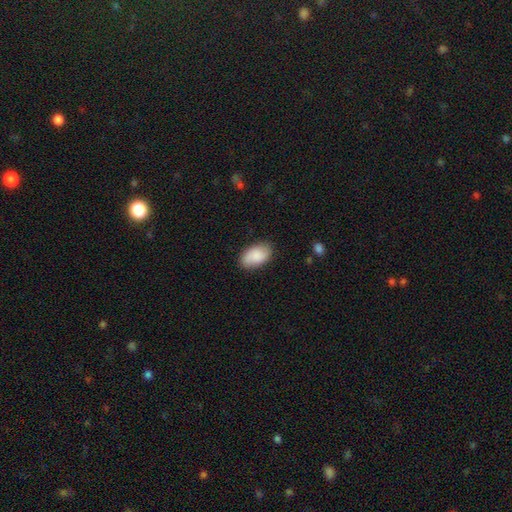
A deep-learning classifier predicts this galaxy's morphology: Q: Smooth or featured?
A: smooth (82%); runner-up: featured or disk (11%)
Q: How rounded?
A: in between (93%); runner-up: round (6%)
Q: Merging?
A: none (81%); runner-up: minor disturbance (15%)